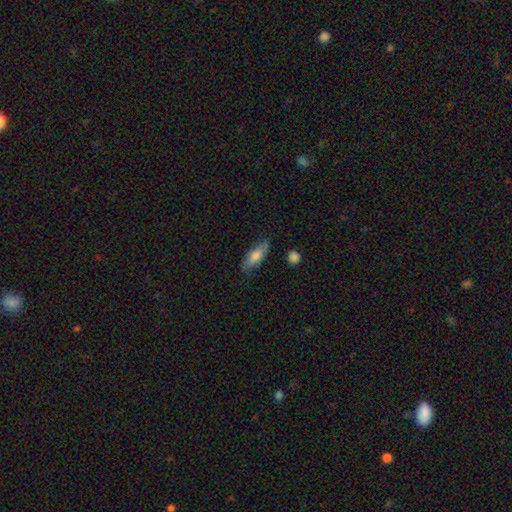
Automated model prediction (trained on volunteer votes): A smooth galaxy with no disk features (71%) that is in between round and cigar-shaped (65%). Merging: none (77%).